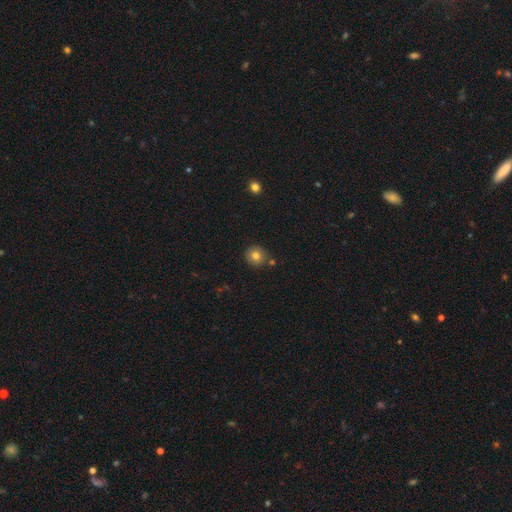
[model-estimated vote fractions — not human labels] Smooth or featured: smooth — 79% (star or artifact — 11%)
How rounded: round — 91% (in between — 8%)
Merging: none — 82% (minor disturbance — 9%)